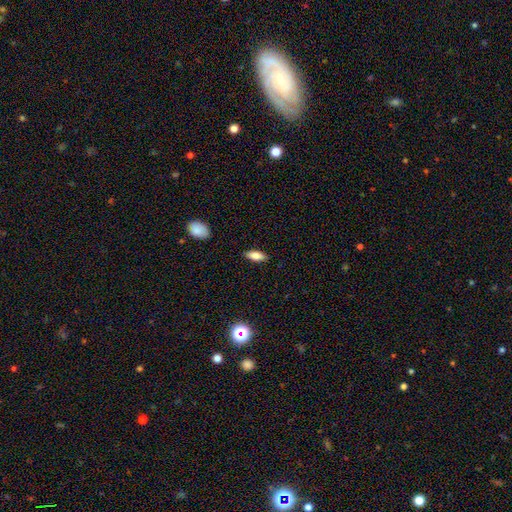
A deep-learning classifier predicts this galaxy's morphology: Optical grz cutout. It shows a smooth galaxy with no disk features (81%) that is in between round and cigar-shaped (75%). Merging: none (88%).